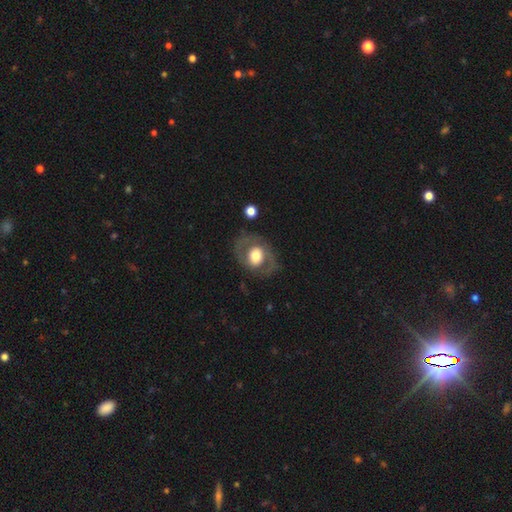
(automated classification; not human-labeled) This appears to be a featured or disk galaxy (54%) with no bar (74%), no spiral arms (55%) and a large central bulge (47%). Merging: none (71%).